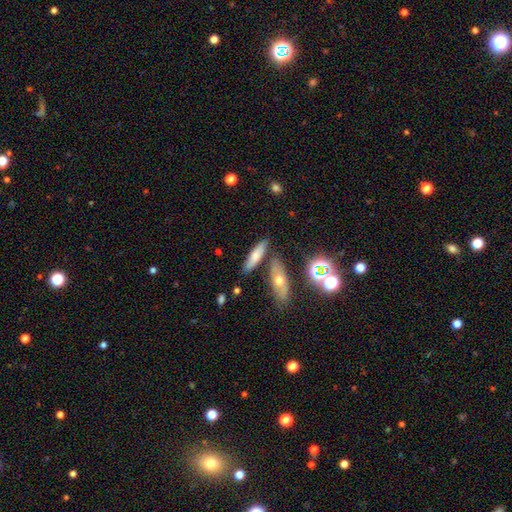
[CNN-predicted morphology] A smooth galaxy with no disk features (64%) that is cigar-shaped (64%). Merging: none (72%).